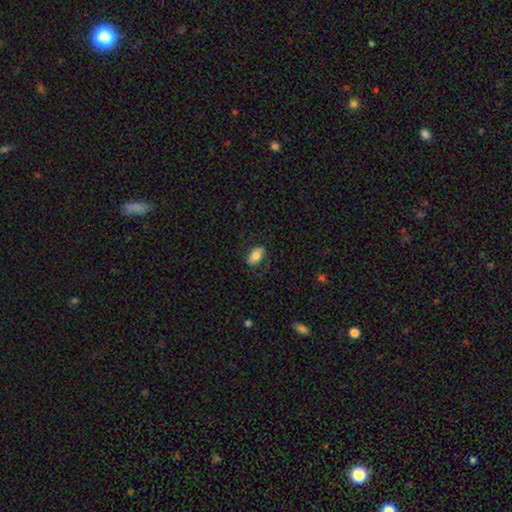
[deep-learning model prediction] Smooth or featured? Predicted: smooth (p=0.70). How rounded? Predicted: in between (p=0.90). Merging? Predicted: none (p=0.74).